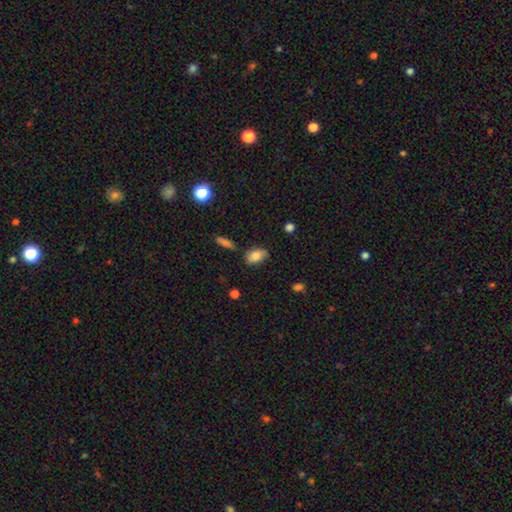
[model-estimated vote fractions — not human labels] This appears to be a smooth galaxy with no disk features (80%) that is in between round and cigar-shaped (90%). Merging: none (74%).